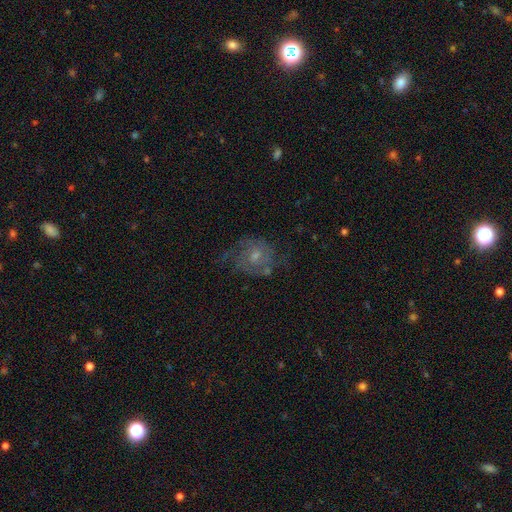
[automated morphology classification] Smooth or featured: featured or disk — 72% (smooth — 19%)
Edge-on disk: no — 97% (yes — 3%)
Bar: no — 59% (weak — 37%)
Spiral arms: yes — 87% (no — 13%)
Spiral winding: medium — 44% (tight — 39%)
Spiral arm count: 2 — 56% (can't tell — 24%)
Bulge size: moderate — 45% (tied with small — 45%)
Merging: none — 60% (minor disturbance — 21%)